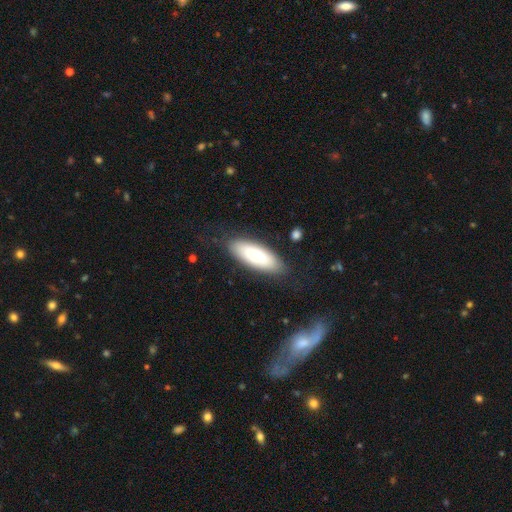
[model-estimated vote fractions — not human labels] smooth-or-featured: smooth: 61% | featured or disk: 33% | star or artifact: 6%
  how-rounded: in between: 77% | cigar-shaped: 20% | round: 2%
  merging: none: 83% | minor disturbance: 12% | major disturbance: 3% | merger: 2%